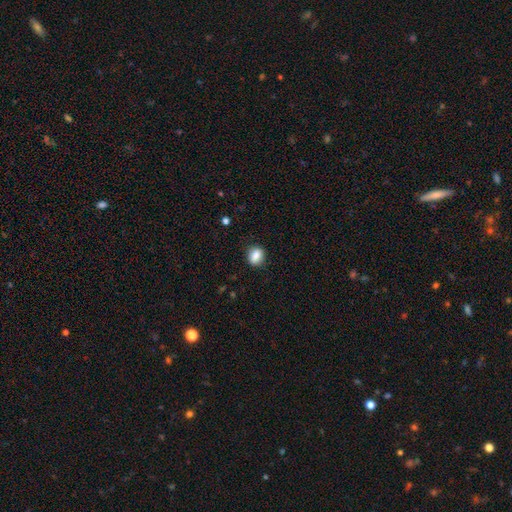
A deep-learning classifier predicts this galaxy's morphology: This appears to be a smooth galaxy with no disk features (85%) that is in between round and cigar-shaped (53%). Merging: none (84%).